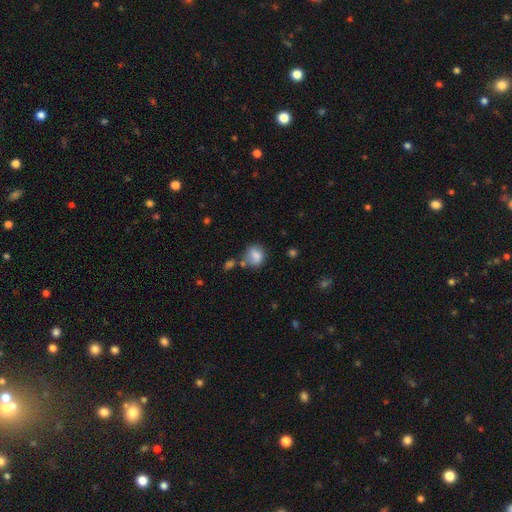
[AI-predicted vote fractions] Overall: smooth (80%). How rounded: round (61%; in between 38%). Merging: none (53%; minor disturbance 22%).